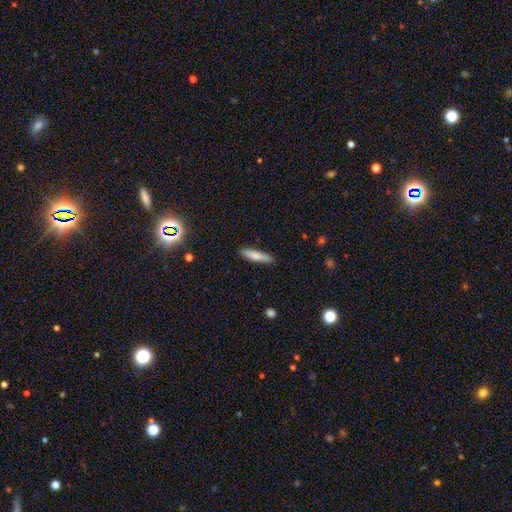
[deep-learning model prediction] Q: Smooth or featured?
A: smooth (75%); runner-up: featured or disk (19%)
Q: How rounded?
A: cigar-shaped (85%); runner-up: in between (14%)
Q: Merging?
A: none (87%); runner-up: minor disturbance (10%)